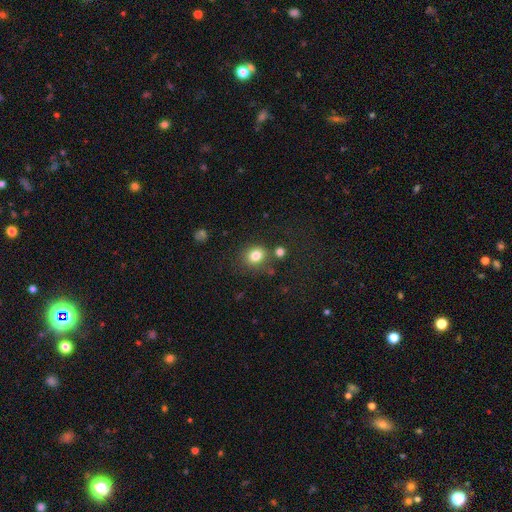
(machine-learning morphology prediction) smooth_or_featured: smooth (p=0.81) [alt: star or artifact p=0.12]
how_rounded: round (p=0.63) [alt: in between p=0.36]
merging: none (p=0.73) [alt: minor disturbance p=0.14]